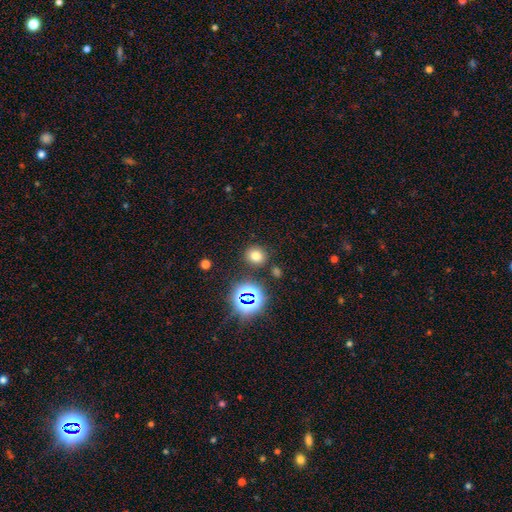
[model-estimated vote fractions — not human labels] smooth 71%, star or artifact 22%, featured or disk 8%. Down the decision tree: how rounded — round (77%); merging — none (84%).